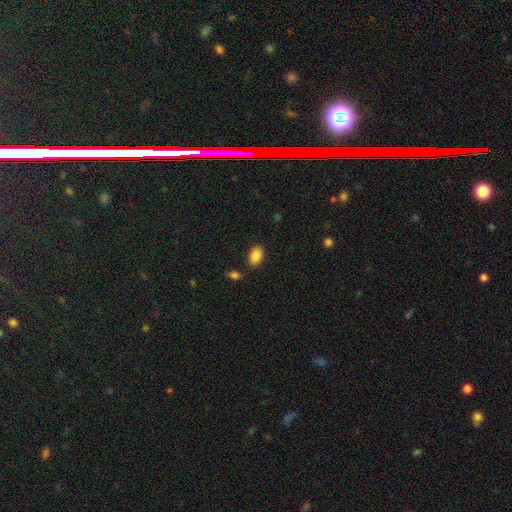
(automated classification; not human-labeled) A smooth galaxy with no disk features (87%) that is in between round and cigar-shaped (91%).

Vote fractions:
- Smooth or featured? smooth: 87% / star or artifact: 8% / featured or disk: 5%
- How rounded? in between: 91% / round: 8% / cigar-shaped: 1%
- Merging? none: 85% / minor disturbance: 9% / merger: 3% / major disturbance: 2%